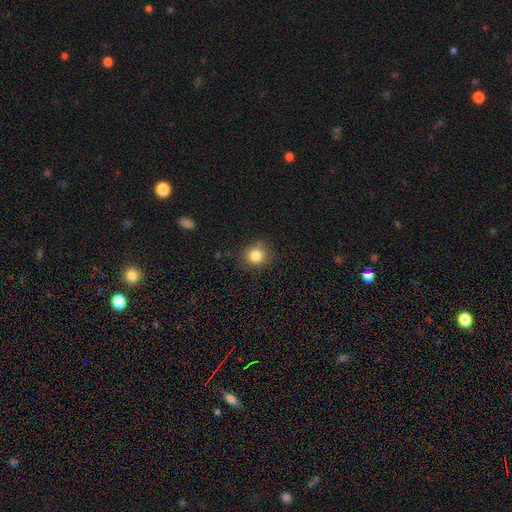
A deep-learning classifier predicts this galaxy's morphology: A smooth galaxy with no disk features (84%) that is round (84%). Merging: none (80%).